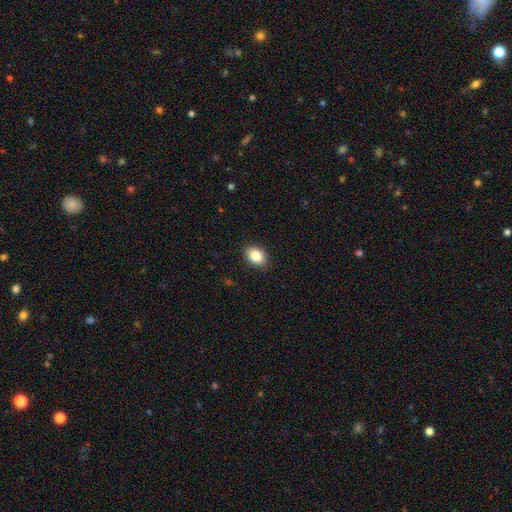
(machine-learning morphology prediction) The model was most divided on "how rounded": in between: 76%, round: 23%, cigar-shaped: 1%. More confident: merging — none (90%); smooth or featured — smooth (86%).